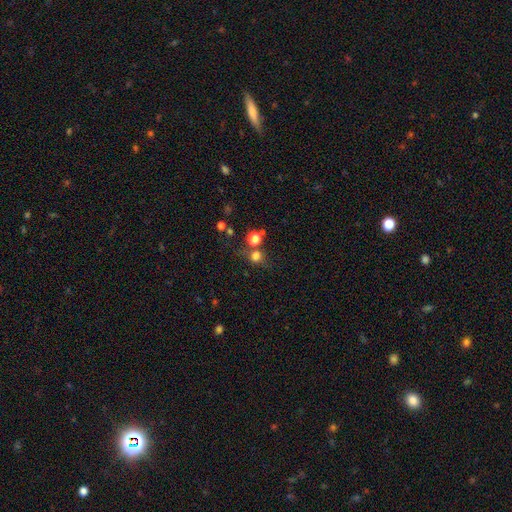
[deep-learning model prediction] A smooth galaxy with no disk features (71%) that is round (83%). Merging: none (62%).